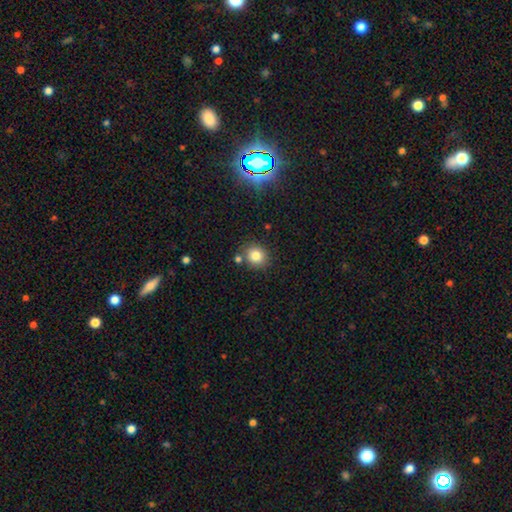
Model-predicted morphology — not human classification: A smooth galaxy with no disk features (81%) that is round (82%).

Vote fractions:
- Smooth or featured? smooth: 81% / star or artifact: 11% / featured or disk: 7%
- How rounded? round: 82% / in between: 17% / cigar-shaped: 1%
- Merging? none: 77% / minor disturbance: 10% / merger: 10% / major disturbance: 3%